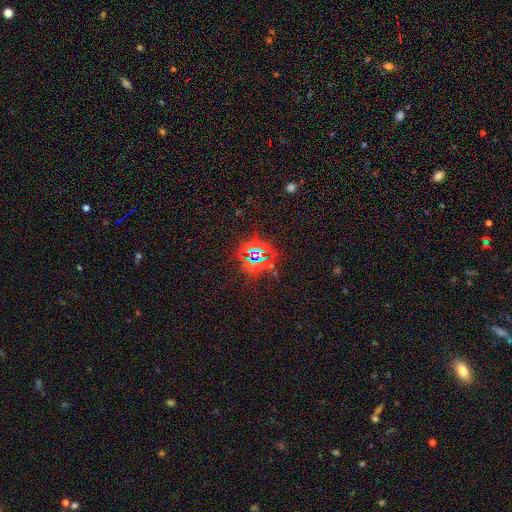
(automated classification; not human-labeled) Smooth or featured: star or artifact — 77% (smooth — 13%)